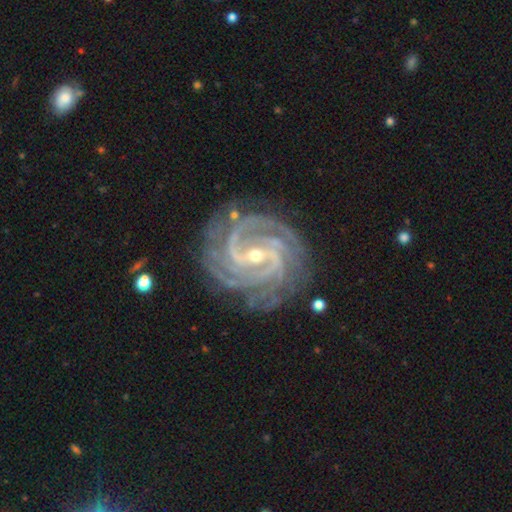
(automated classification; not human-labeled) This appears to be a featured or disk galaxy (94%) with a weak bar (41%), 4 (29%) tight (69%) spiral arms (99%) and a small central bulge (69%). Merging: none (79%).